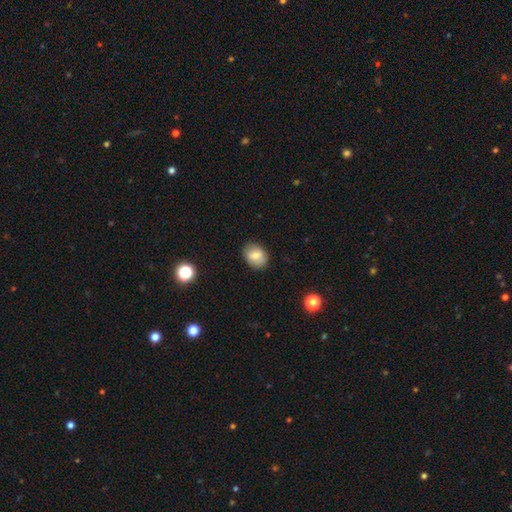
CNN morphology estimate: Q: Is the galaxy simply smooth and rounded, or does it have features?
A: smooth — 79%.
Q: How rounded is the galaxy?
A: in between — 53%.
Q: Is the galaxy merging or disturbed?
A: none — 85%.